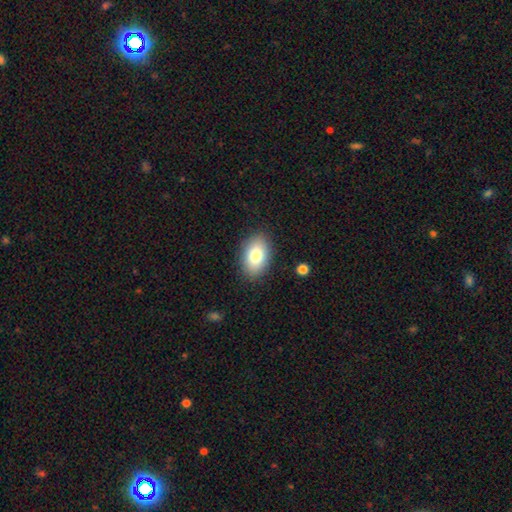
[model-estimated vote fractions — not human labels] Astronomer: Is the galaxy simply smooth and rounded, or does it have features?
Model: smooth — 80%.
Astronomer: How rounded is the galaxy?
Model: in between — 89%.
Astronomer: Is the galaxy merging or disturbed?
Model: none — 87%.